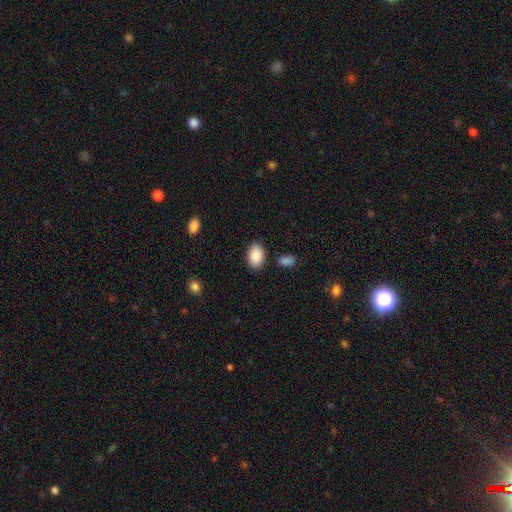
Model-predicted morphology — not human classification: A smooth galaxy with no disk features (89%) that is in between round and cigar-shaped (87%). Merging: none (86%).